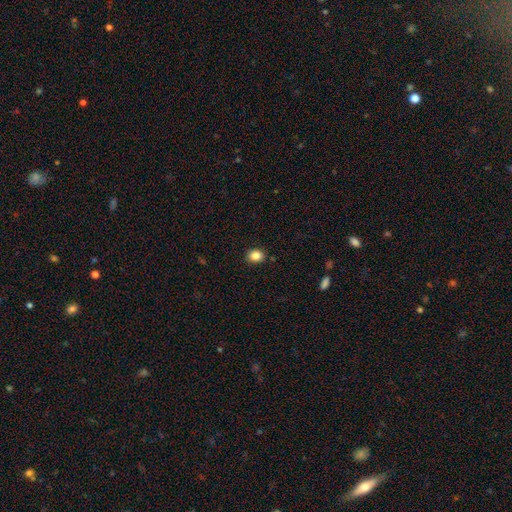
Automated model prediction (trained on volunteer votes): Smooth or featured?
  - smooth: 85% *
  - star or artifact: 10%
  - featured or disk: 5%
How rounded?
  - round: 60% *
  - in between: 39%
  - cigar-shaped: 1%
Merging?
  - none: 88% *
  - minor disturbance: 8%
  - major disturbance: 2%
  - merger: 2%